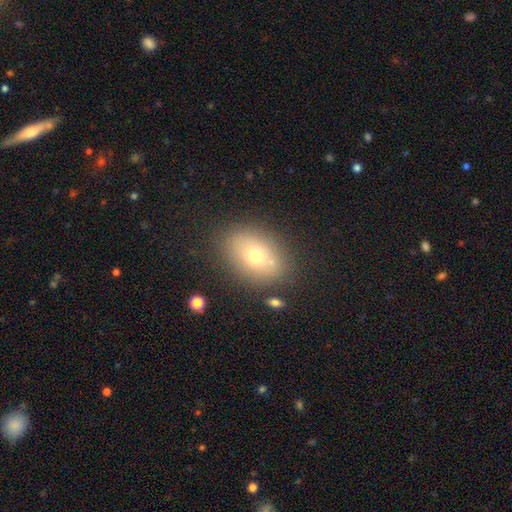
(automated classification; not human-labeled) smooth 66%, featured or disk 21%, star or artifact 12%. Down the decision tree: how rounded — in between (74%); merging — none (80%).